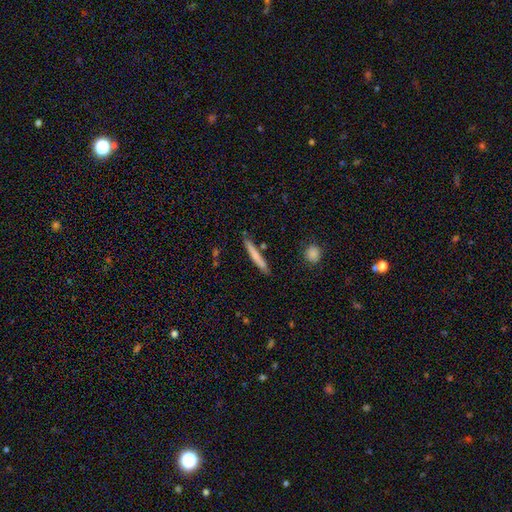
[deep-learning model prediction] Smooth or featured: smooth — 69% (featured or disk — 25%)
How rounded: cigar-shaped — 96% (in between — 3%)
Merging: none — 86% (minor disturbance — 10%)